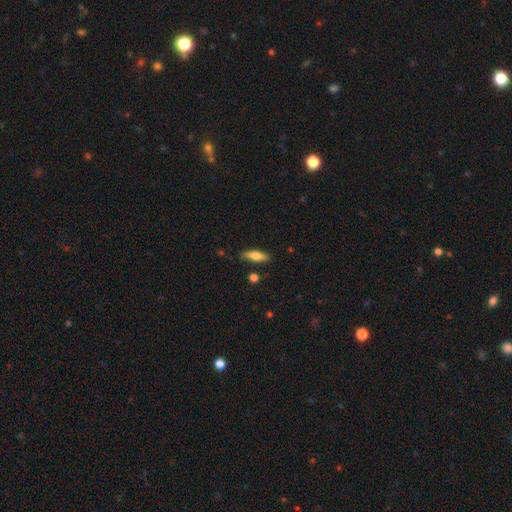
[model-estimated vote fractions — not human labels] A smooth galaxy with no disk features (68%) that is in between round and cigar-shaped (51%).

Vote fractions:
- Smooth or featured? smooth: 68% / featured or disk: 26% / star or artifact: 6%
- How rounded? in between: 51% / cigar-shaped: 47% / round: 3%
- Merging? none: 80% / minor disturbance: 14% / major disturbance: 3% / merger: 2%